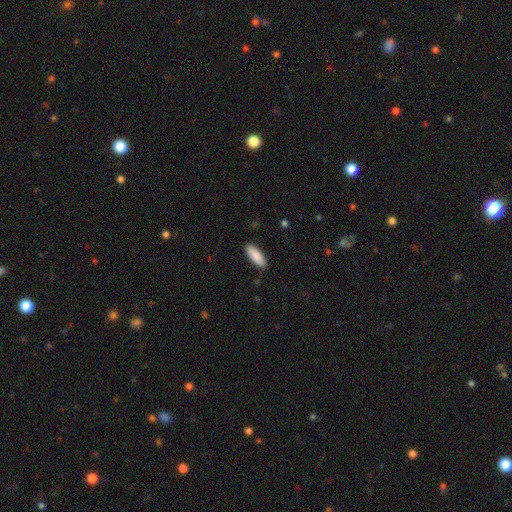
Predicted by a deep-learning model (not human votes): Smooth or featured?
  - smooth: 89% *
  - star or artifact: 5%
  - featured or disk: 5%
How rounded?
  - in between: 63% *
  - cigar-shaped: 36%
  - round: 2%
Merging?
  - none: 89% *
  - minor disturbance: 8%
  - major disturbance: 2%
  - merger: 1%